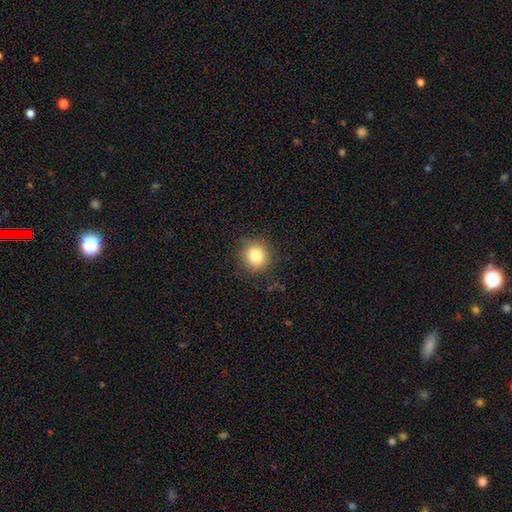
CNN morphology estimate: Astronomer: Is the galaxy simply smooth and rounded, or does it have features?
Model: smooth — 82%.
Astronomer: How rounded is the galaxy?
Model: round — 83%.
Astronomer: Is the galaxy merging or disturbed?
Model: none — 87%.